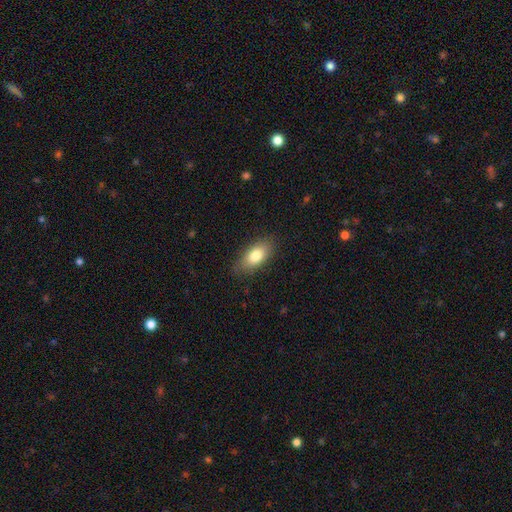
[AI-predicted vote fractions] Smooth or featured: smooth — 79% (featured or disk — 14%)
How rounded: in between — 86% (cigar-shaped — 9%)
Merging: none — 83% (minor disturbance — 13%)